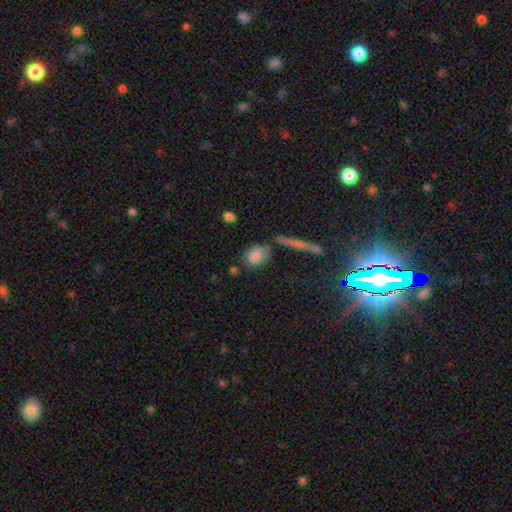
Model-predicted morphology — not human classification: Overall: smooth (77%). How rounded: in between (67%; round 28%). Merging: none (59%; minor disturbance 21%).